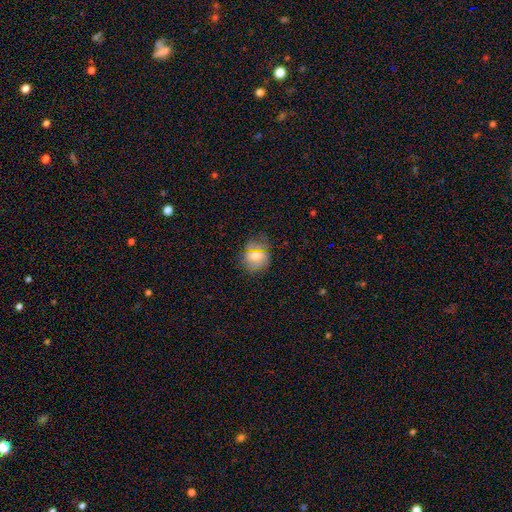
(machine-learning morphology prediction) This appears to be a smooth galaxy with no disk features (70%) that is round (72%). Merging: none (76%).